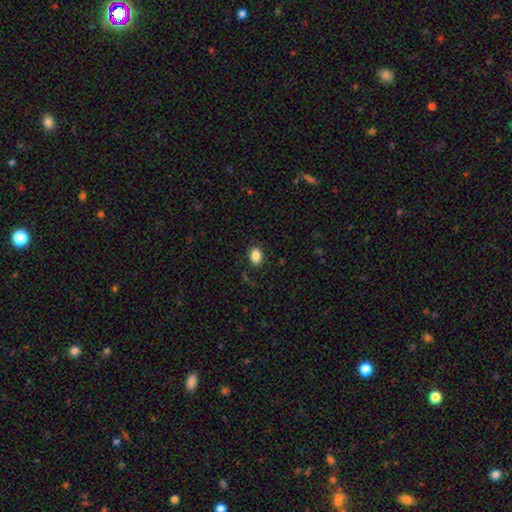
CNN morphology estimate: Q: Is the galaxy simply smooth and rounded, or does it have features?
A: smooth — 87%.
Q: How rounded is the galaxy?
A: in between — 82%.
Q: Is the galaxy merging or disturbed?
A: none — 87%.